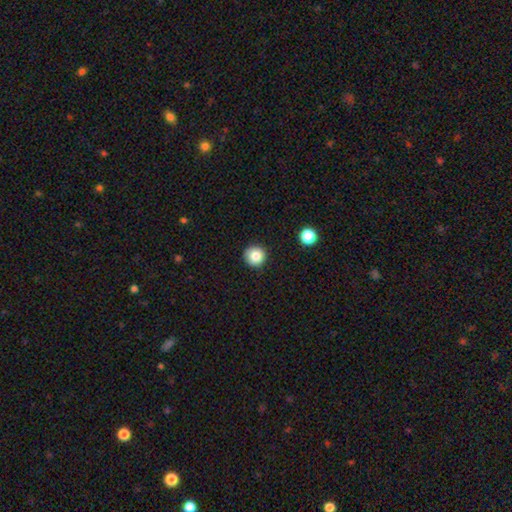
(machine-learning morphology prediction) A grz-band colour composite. It shows a smooth galaxy with no disk features (84%) that is round (95%). Merging: none (90%).